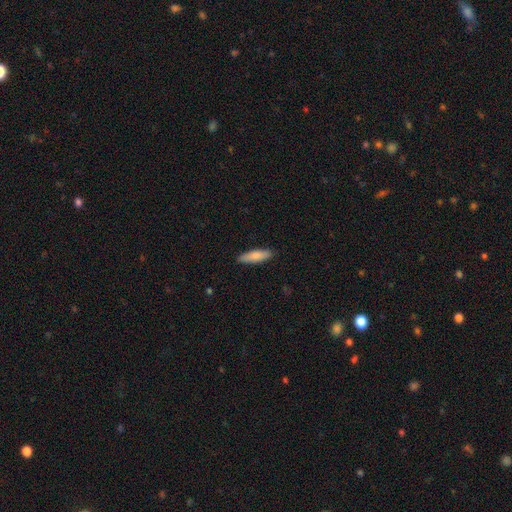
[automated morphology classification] A smooth galaxy with no disk features (80%) that is cigar-shaped (63%).

Vote fractions:
- Smooth or featured? smooth: 80% / featured or disk: 15% / star or artifact: 6%
- How rounded? cigar-shaped: 63% / in between: 35% / round: 2%
- Merging? none: 89% / minor disturbance: 8% / major disturbance: 2% / merger: 1%